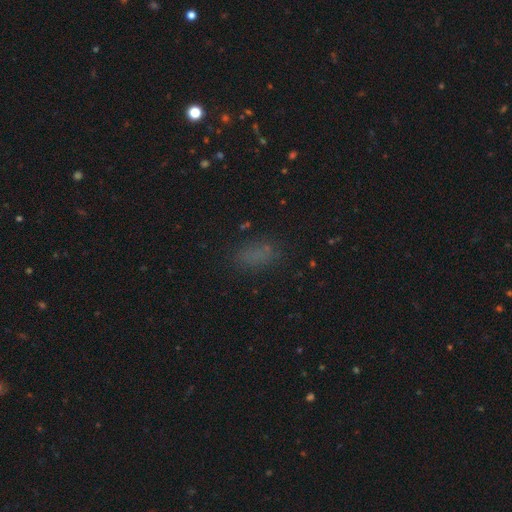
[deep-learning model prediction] A smooth galaxy with no disk features (72%) that is in between round and cigar-shaped (85%). Merging: none (77%).